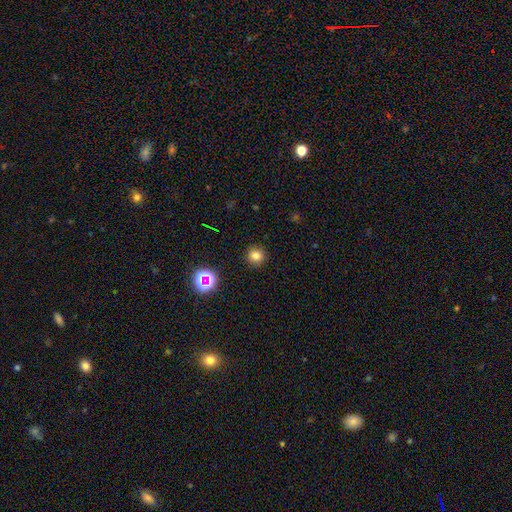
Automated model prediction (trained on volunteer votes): This appears to be a smooth galaxy with no disk features (77%) that is round (93%). Merging: none (91%).